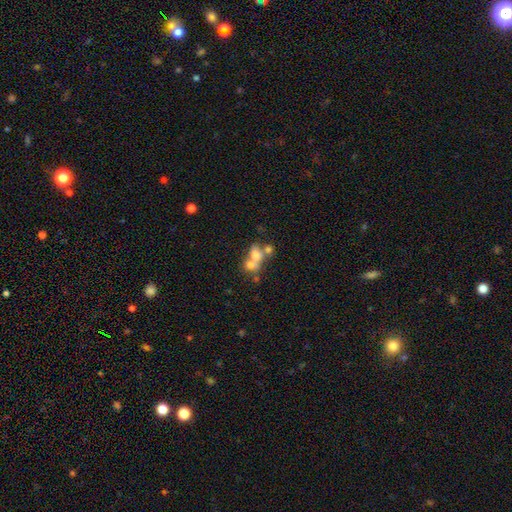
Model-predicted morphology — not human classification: smooth 60%, featured or disk 27%, star or artifact 14%. Down the decision tree: how rounded — in between (50%); merging — merger (63%).